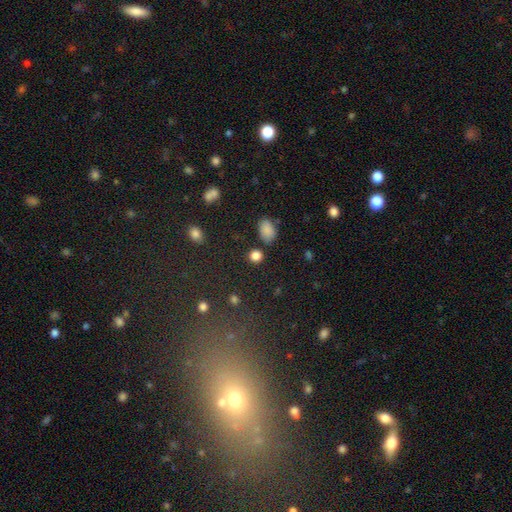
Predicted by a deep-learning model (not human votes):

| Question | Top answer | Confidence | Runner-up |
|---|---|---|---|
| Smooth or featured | smooth | 83% | star or artifact (13%) |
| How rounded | round | 73% | in between (26%) |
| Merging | none | 80% | minor disturbance (10%) |